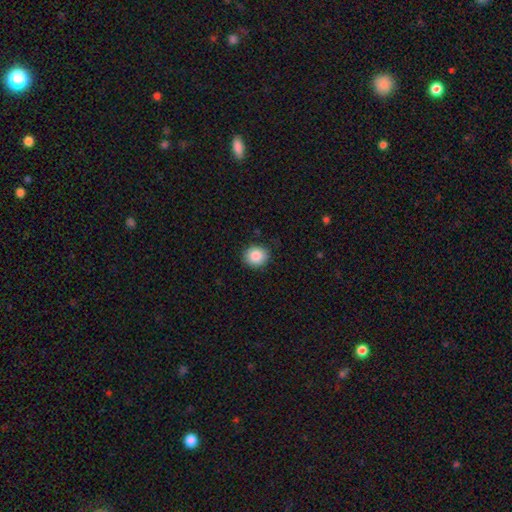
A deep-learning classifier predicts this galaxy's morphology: type=smooth (87%); roundness=round (80%); merging=none (87%).